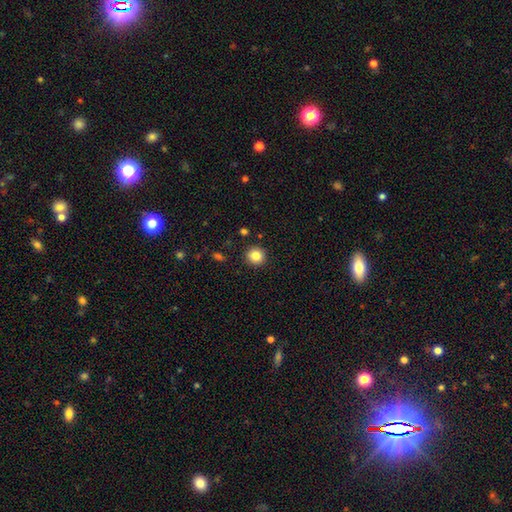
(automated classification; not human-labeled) smooth-or-featured: smooth: 84% | star or artifact: 10% | featured or disk: 6%
  how-rounded: round: 92% | in between: 7% | cigar-shaped: 1%
  merging: none: 91% | minor disturbance: 6% | major disturbance: 2% | merger: 2%